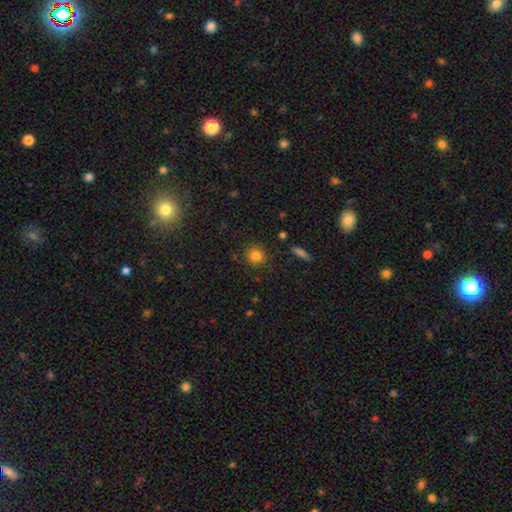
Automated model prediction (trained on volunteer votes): smooth_or_featured: smooth (p=0.83) [alt: star or artifact p=0.12]
how_rounded: round (p=0.90) [alt: in between p=0.09]
merging: none (p=0.87) [alt: minor disturbance p=0.09]